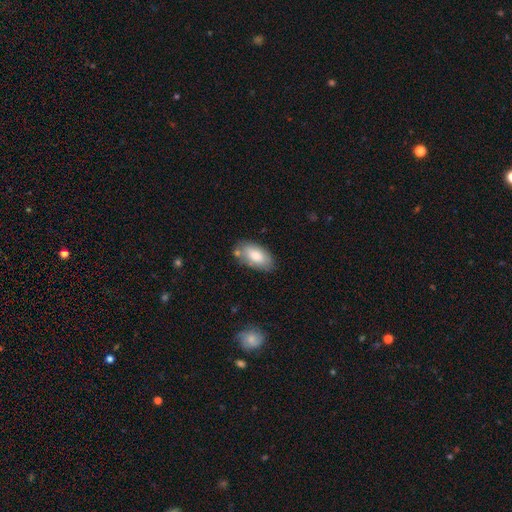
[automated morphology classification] Smooth or featured? Predicted: smooth (p=0.78). How rounded? Predicted: in between (p=0.94). Merging? Predicted: none (p=0.73).